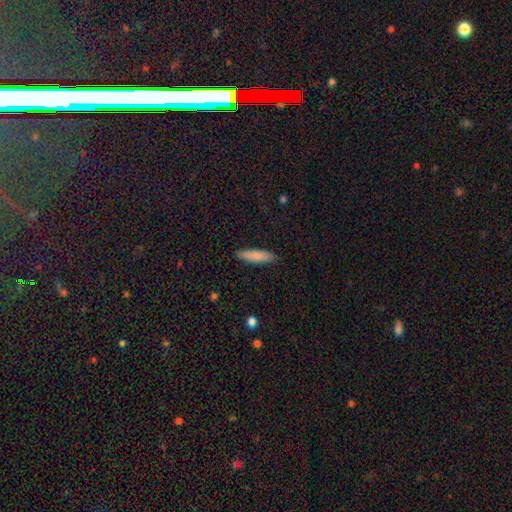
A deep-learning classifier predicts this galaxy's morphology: This appears to be a smooth galaxy with no disk features (82%) that is cigar-shaped (74%). Merging: none (90%).